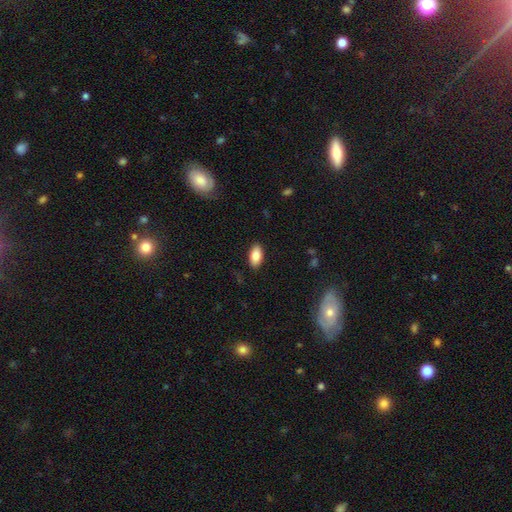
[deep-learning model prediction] Q: Smooth or featured?
A: smooth (86%); runner-up: star or artifact (7%)
Q: How rounded?
A: in between (93%); runner-up: cigar-shaped (5%)
Q: Merging?
A: none (88%); runner-up: minor disturbance (9%)